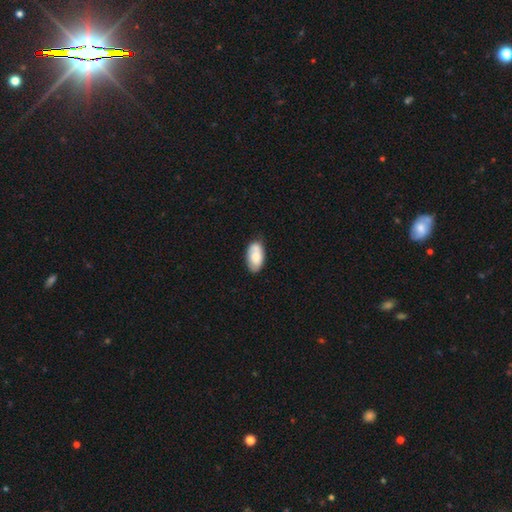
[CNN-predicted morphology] smooth 75%, featured or disk 18%, star or artifact 7%. Down the decision tree: how rounded — in between (94%); merging — none (71%).